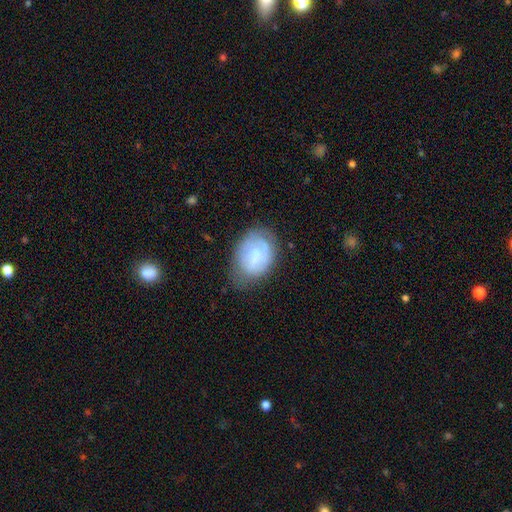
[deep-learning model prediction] Smooth or featured?
  - featured or disk: 49% *
  - smooth: 44%
  - star or artifact: 8%
Merging?
  - none: 57% *
  - minor disturbance: 28%
  - major disturbance: 13%
  - merger: 2%